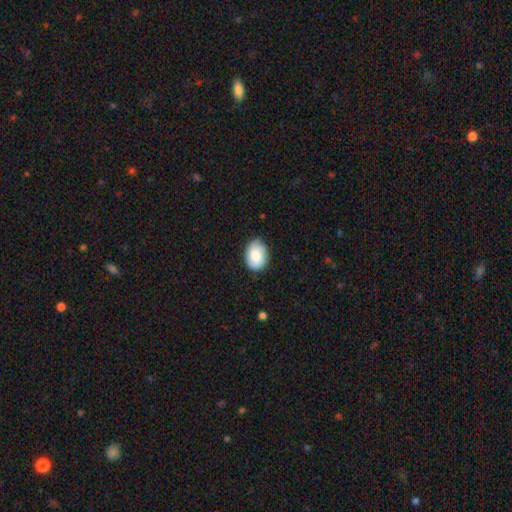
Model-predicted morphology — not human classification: A smooth galaxy with no disk features (76%) that is in between round and cigar-shaped (71%).

Vote fractions:
- Smooth or featured? smooth: 76% / featured or disk: 17% / star or artifact: 7%
- How rounded? in between: 71% / round: 28% / cigar-shaped: 1%
- Merging? none: 78% / minor disturbance: 17% / major disturbance: 3% / merger: 1%